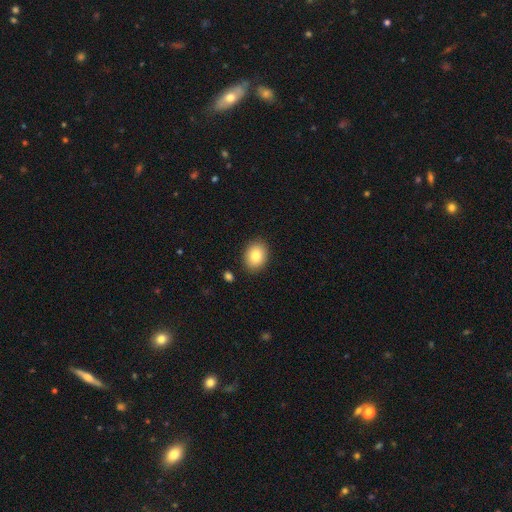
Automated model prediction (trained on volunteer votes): Smooth or featured?
  - smooth: 83% *
  - featured or disk: 9%
  - star or artifact: 8%
How rounded?
  - in between: 56% *
  - round: 43%
  - cigar-shaped: 1%
Merging?
  - none: 88% *
  - minor disturbance: 8%
  - major disturbance: 2%
  - merger: 2%